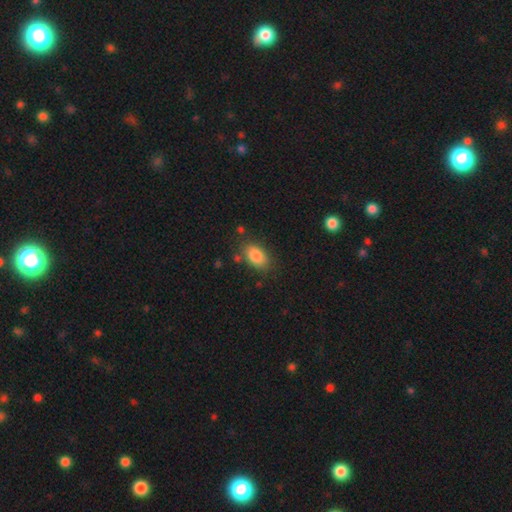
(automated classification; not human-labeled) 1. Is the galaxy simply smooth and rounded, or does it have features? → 86% smooth, 8% star or artifact, 7% featured or disk.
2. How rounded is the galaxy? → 89% in between, 9% round, 2% cigar-shaped.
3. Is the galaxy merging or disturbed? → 78% none, 14% minor disturbance, 4% major disturbance, 4% merger.